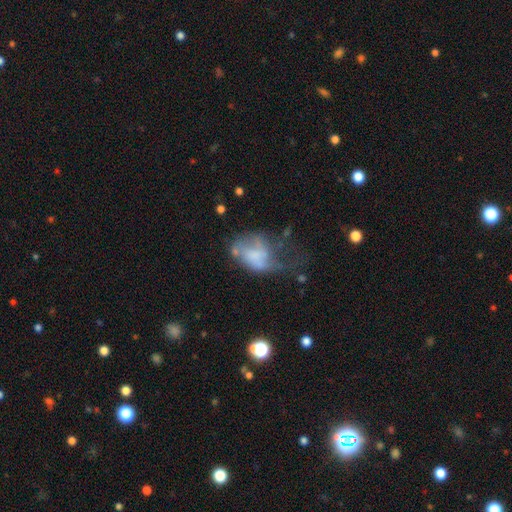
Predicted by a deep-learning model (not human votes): A smooth galaxy with no disk features (48%).

Vote fractions:
- Smooth or featured? smooth: 48% / featured or disk: 41% / star or artifact: 11%
- Merging? major disturbance: 49% / minor disturbance: 22% / none: 18% / merger: 12%